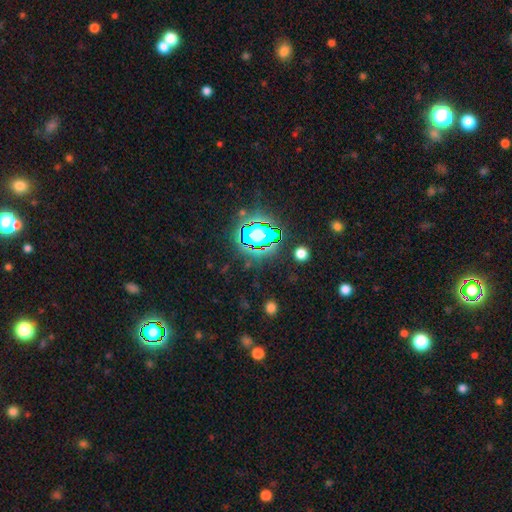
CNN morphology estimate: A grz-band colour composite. It shows a star or artifact, not a galaxy (82%).